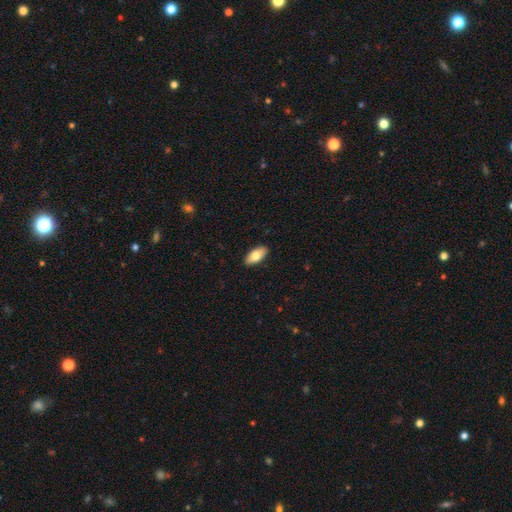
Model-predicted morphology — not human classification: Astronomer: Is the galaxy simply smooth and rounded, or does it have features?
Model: smooth — 80%.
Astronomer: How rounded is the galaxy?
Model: in between — 90%.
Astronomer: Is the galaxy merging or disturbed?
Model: none — 89%.